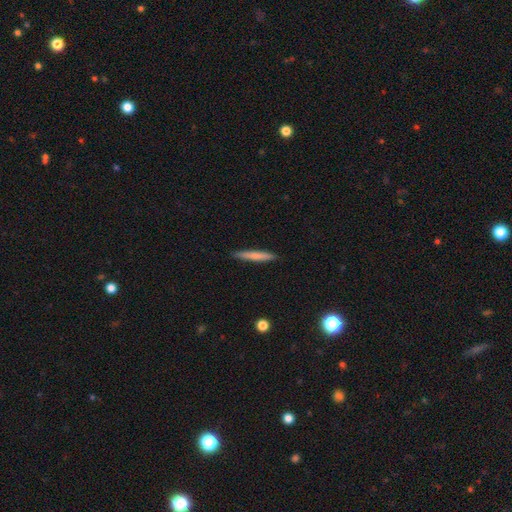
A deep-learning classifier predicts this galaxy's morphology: The model was most divided on "smooth or featured": smooth: 72%, featured or disk: 22%, star or artifact: 6%. More confident: how rounded — cigar-shaped (95%); merging — none (90%).